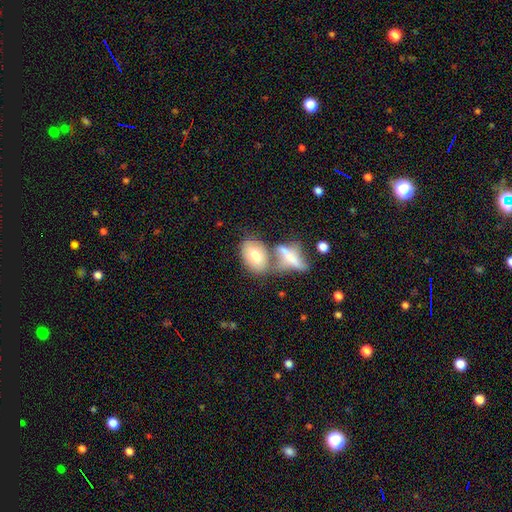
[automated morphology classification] smooth 70%, featured or disk 23%, star or artifact 7%. Down the decision tree: how rounded — in between (86%); merging — merger (41%).